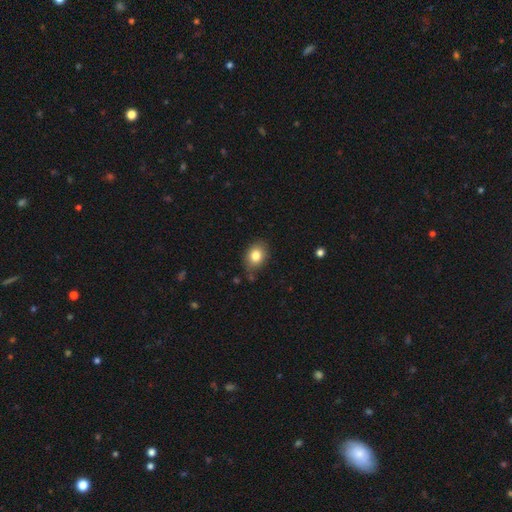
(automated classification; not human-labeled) Smooth or featured? Predicted: smooth (p=0.82). How rounded? Predicted: in between (p=0.65). Merging? Predicted: none (p=0.77).